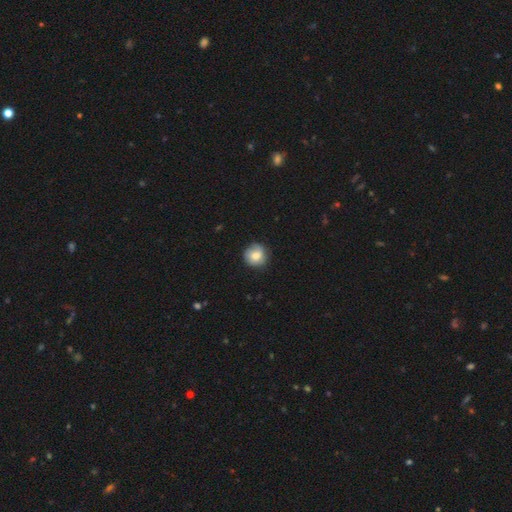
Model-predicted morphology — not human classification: Smooth or featured? Predicted: smooth (p=0.77). How rounded? Predicted: round (p=0.90). Merging? Predicted: none (p=0.79).